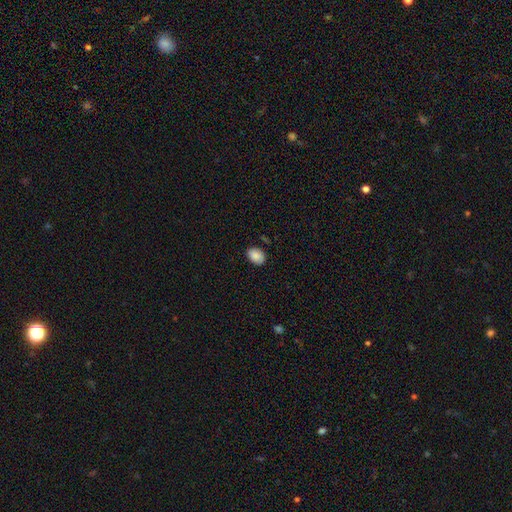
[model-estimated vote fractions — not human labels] smooth 88%, star or artifact 7%, featured or disk 4%. Down the decision tree: how rounded — in between (75%); merging — none (84%).